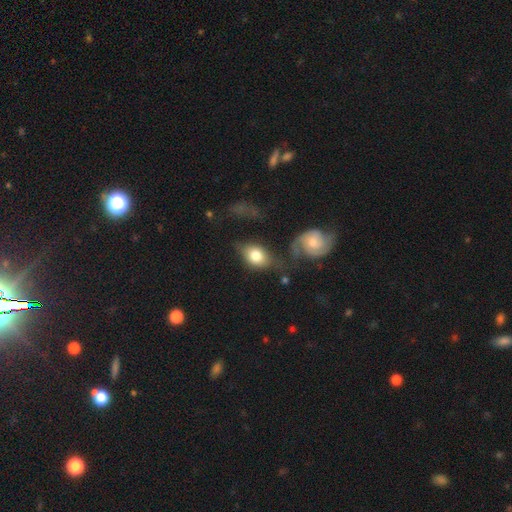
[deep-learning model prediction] This is likely a smooth galaxy (67%). How rounded: likely in between (74%). Merging: marginally none (43%).